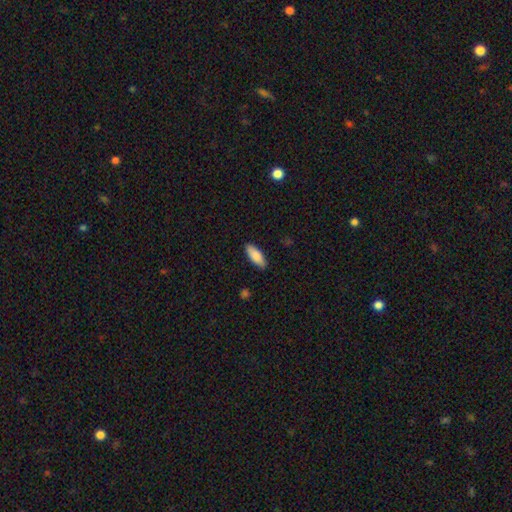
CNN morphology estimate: The model was most divided on "how rounded": in between: 76%, cigar-shaped: 22%, round: 2%. More confident: merging — none (88%); smooth or featured — smooth (85%).